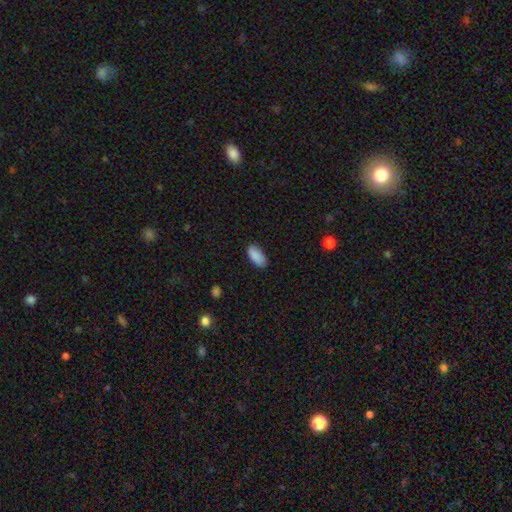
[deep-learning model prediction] Smooth or featured? Predicted: smooth (p=0.89). How rounded? Predicted: in between (p=0.91). Merging? Predicted: none (p=0.83).